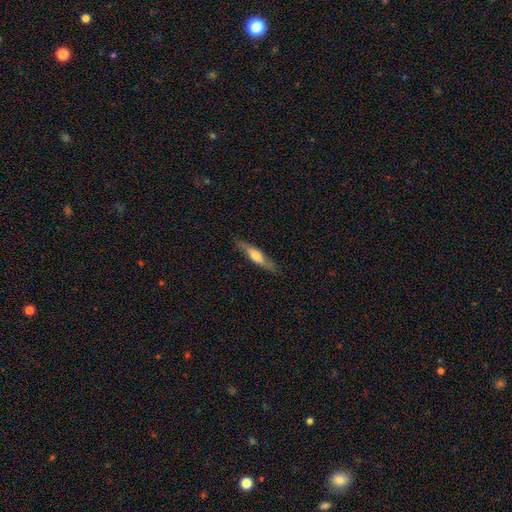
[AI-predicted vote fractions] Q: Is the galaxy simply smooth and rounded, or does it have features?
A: smooth — 52%.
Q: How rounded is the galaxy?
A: cigar-shaped — 77%.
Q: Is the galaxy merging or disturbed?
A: none — 81%.